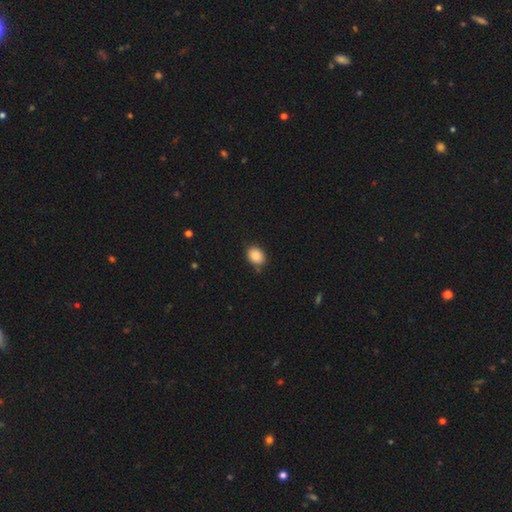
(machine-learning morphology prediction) Smooth or featured?
  - smooth: 87% *
  - star or artifact: 8%
  - featured or disk: 5%
How rounded?
  - in between: 66% *
  - round: 33%
  - cigar-shaped: 1%
Merging?
  - none: 83% *
  - minor disturbance: 12%
  - major disturbance: 2%
  - merger: 2%